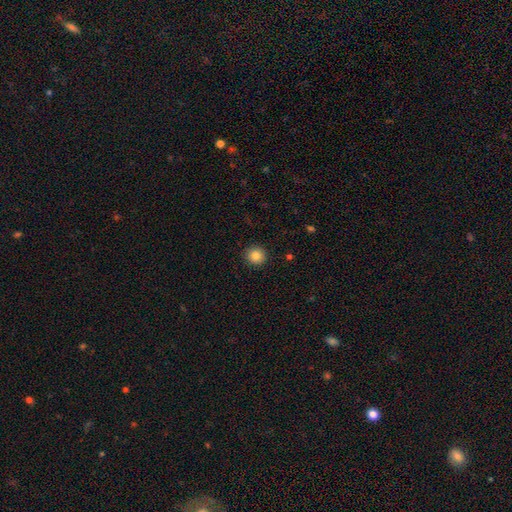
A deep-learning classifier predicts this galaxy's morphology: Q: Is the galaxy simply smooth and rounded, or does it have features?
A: smooth — 85%.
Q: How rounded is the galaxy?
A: round — 92%.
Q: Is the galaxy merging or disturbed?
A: none — 91%.